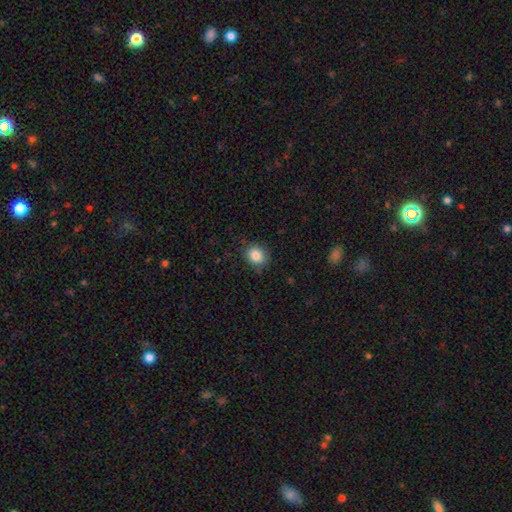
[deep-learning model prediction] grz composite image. It shows a smooth galaxy with no disk features (85%) that is round (71%). Merging: none (83%).